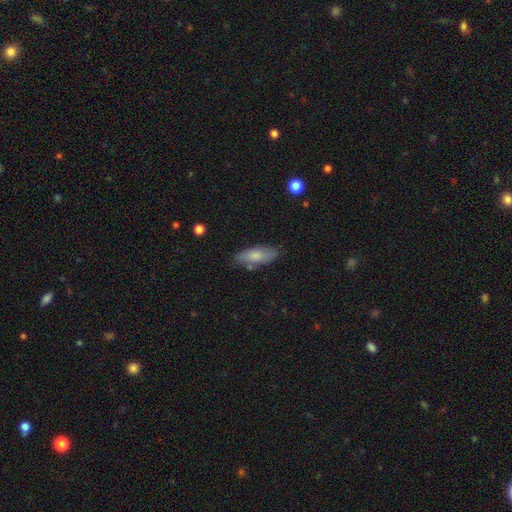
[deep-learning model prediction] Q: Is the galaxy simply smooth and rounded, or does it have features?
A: smooth — 75%.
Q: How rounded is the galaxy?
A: in between — 72%.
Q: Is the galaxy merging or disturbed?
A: none — 78%.